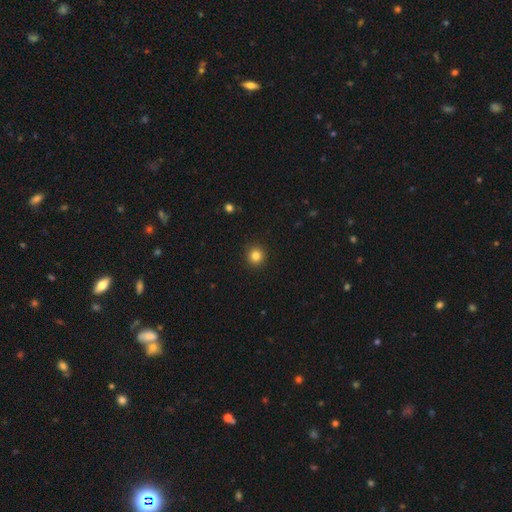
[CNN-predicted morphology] This appears to be a smooth galaxy with no disk features (83%) that is round (95%). Merging: none (93%).